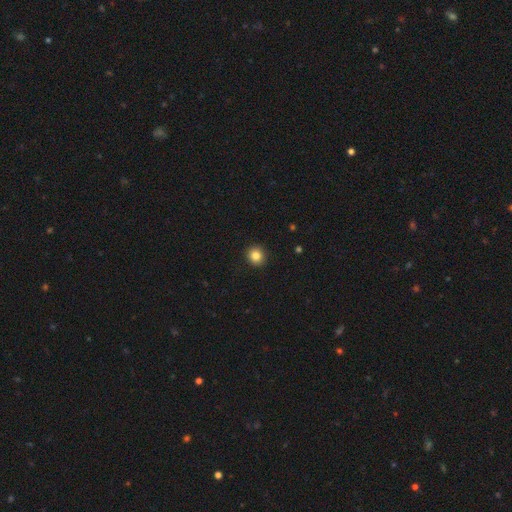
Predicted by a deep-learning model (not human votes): This is clearly a smooth galaxy (85%). How rounded: clearly round (89%). Merging: clearly none (92%).